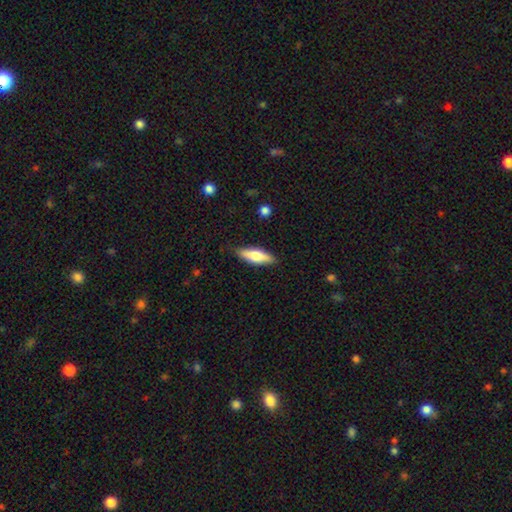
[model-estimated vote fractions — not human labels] Smooth or featured?
  - smooth: 64% *
  - featured or disk: 30%
  - star or artifact: 6%
How rounded?
  - in between: 50% *
  - cigar-shaped: 48%
  - round: 2%
Merging?
  - none: 86% *
  - minor disturbance: 11%
  - major disturbance: 2%
  - merger: 1%